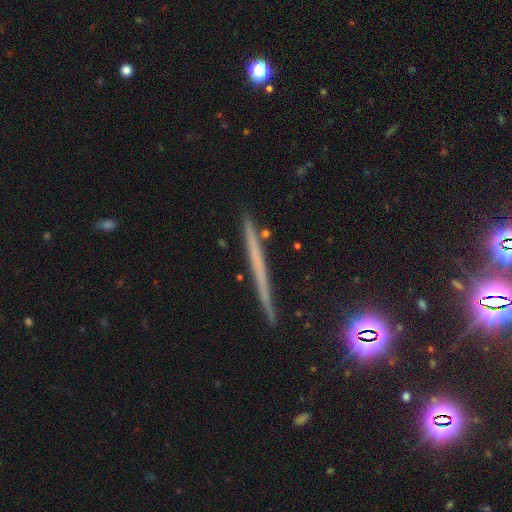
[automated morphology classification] Smooth or featured? featured or disk (50%)
Merging? none (87%)